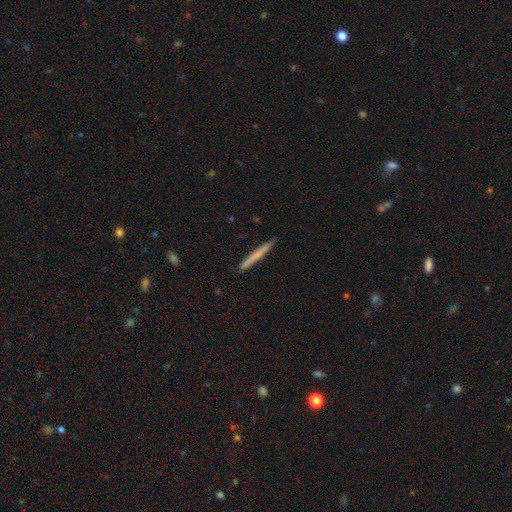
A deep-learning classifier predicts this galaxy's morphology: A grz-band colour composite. It shows a smooth galaxy with no disk features (63%) that is cigar-shaped (97%). Merging: none (91%).